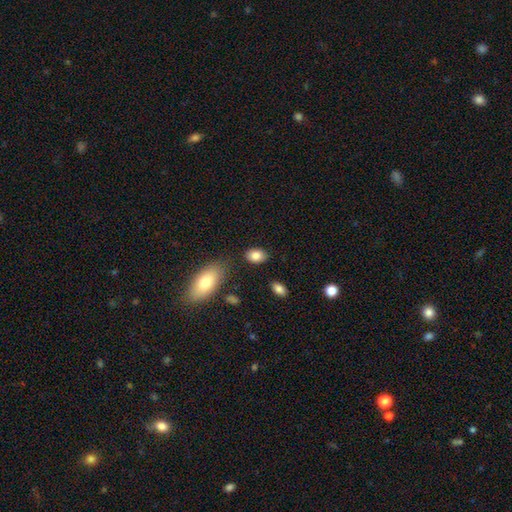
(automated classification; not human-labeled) Smooth or featured: smooth — 85% (star or artifact — 8%)
How rounded: in between — 83% (round — 16%)
Merging: none — 81% (minor disturbance — 12%)